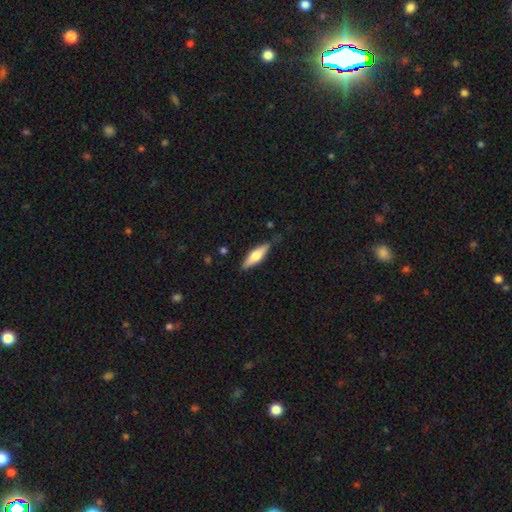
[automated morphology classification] Smooth or featured: smooth — 56% (featured or disk — 38%)
How rounded: cigar-shaped — 58% (in between — 40%)
Merging: none — 81% (minor disturbance — 14%)